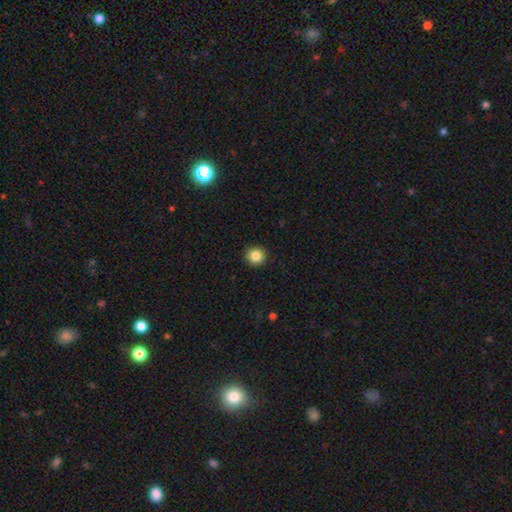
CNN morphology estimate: Smooth or featured: smooth — 84% (star or artifact — 10%)
How rounded: round — 94% (in between — 5%)
Merging: none — 91% (minor disturbance — 6%)